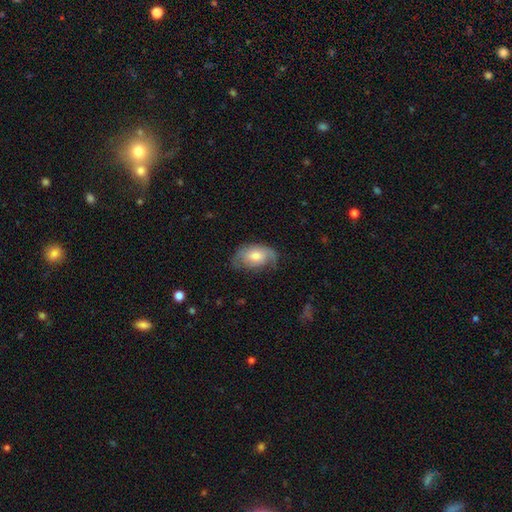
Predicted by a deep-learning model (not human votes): A featured or disk galaxy (48%).

Vote fractions:
- Smooth or featured? featured or disk: 48% / smooth: 45% / star or artifact: 7%
- Merging? none: 53% / minor disturbance: 30% / major disturbance: 16% / merger: 1%